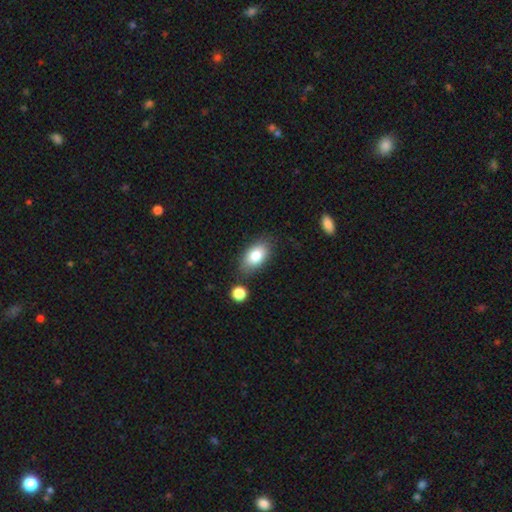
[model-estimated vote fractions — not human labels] Smooth or featured? Predicted: smooth (p=0.81). How rounded? Predicted: in between (p=0.91). Merging? Predicted: none (p=0.77).